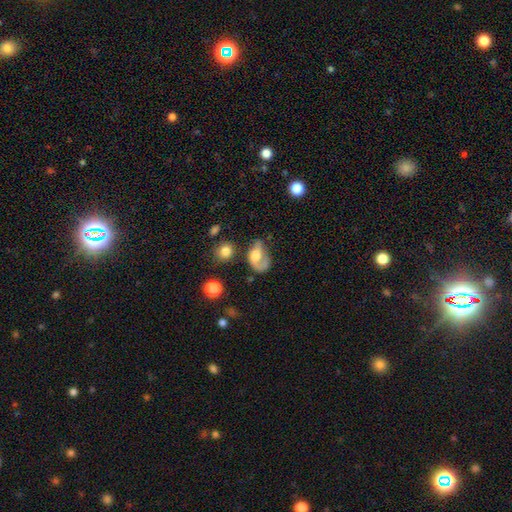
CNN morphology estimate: This is possibly a featured or disk galaxy (47%). Merging: marginally major disturbance (40%).